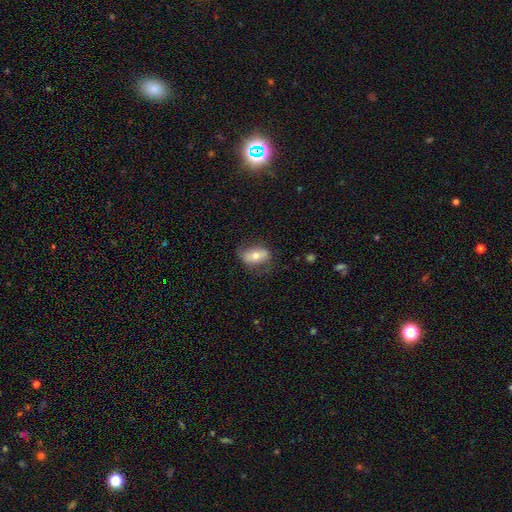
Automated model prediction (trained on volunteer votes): This appears to be a smooth galaxy with no disk features (59%) that is in between round and cigar-shaped (88%). Merging: none (67%).